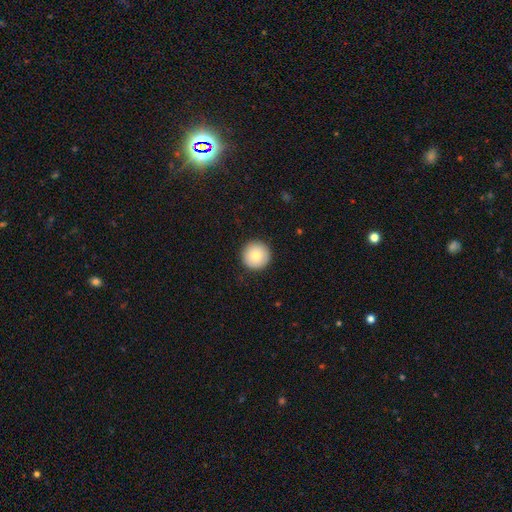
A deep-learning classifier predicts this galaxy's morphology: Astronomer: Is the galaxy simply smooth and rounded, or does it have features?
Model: smooth — 82%.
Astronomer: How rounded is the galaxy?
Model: round — 97%.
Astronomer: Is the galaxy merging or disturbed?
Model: none — 92%.